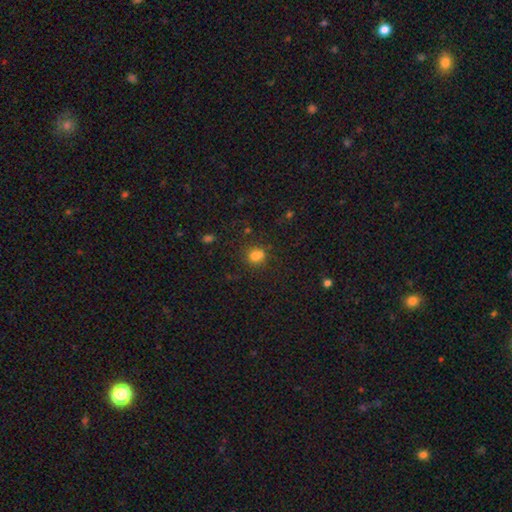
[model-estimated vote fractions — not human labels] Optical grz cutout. It shows a smooth galaxy with no disk features (76%) that is round (66%). Merging: none (60%).